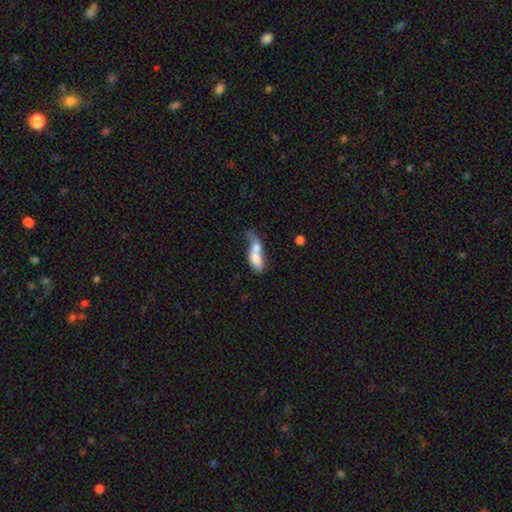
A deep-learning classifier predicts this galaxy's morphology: type=smooth (66%); roundness=in between (69%); merging=merger (67%).